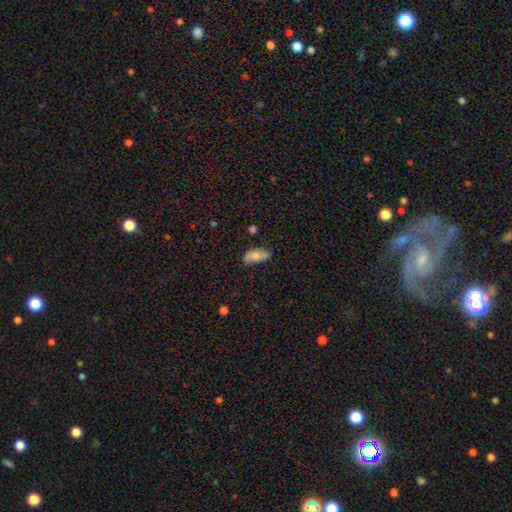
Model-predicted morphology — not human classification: Smooth or featured: smooth — 73% (featured or disk — 20%)
How rounded: in between — 89% (cigar-shaped — 8%)
Merging: none — 71% (minor disturbance — 23%)